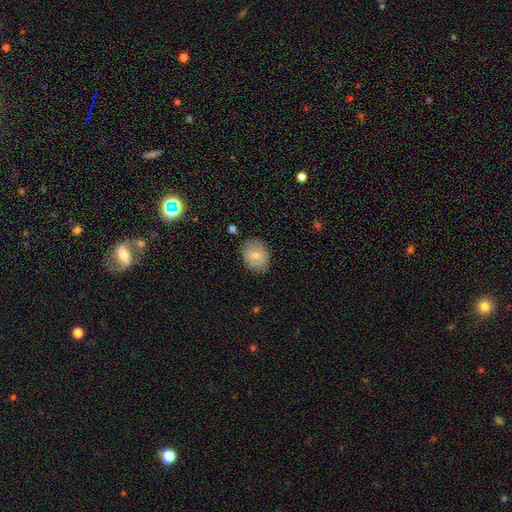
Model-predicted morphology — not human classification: Smooth or featured? Predicted: smooth (p=0.68). How rounded? Predicted: round (p=0.59). Merging? Predicted: none (p=0.81).